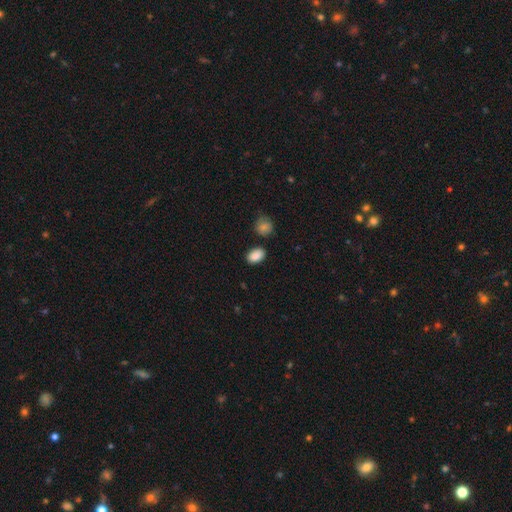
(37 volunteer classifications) Overall: smooth (95%). How rounded: in between (80%). Merging: none (86%).